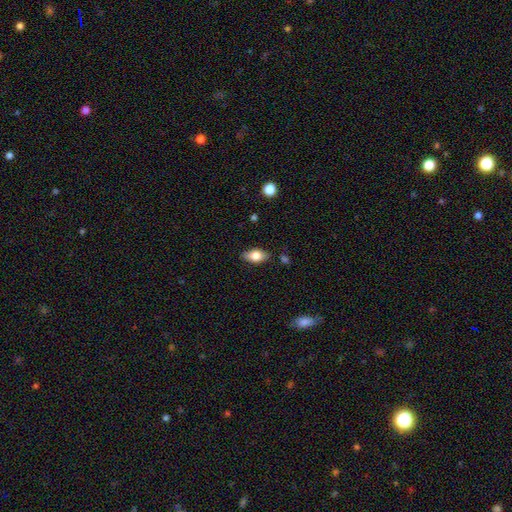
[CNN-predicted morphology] A smooth galaxy with no disk features (72%) that is in between round and cigar-shaped (86%).

Vote fractions:
- Smooth or featured? smooth: 72% / featured or disk: 20% / star or artifact: 8%
- How rounded? in between: 86% / cigar-shaped: 7% / round: 7%
- Merging? none: 82% / minor disturbance: 13% / major disturbance: 3% / merger: 2%